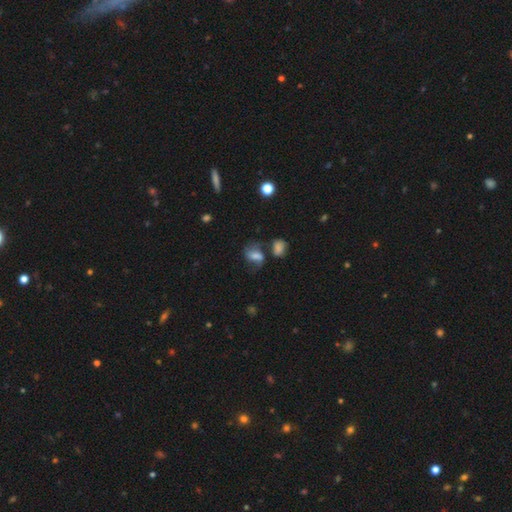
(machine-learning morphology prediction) Smooth or featured?
  - smooth: 43% *
  - featured or disk: 42%
  - star or artifact: 14%
Merging?
  - none: 42% *
  - merger: 23%
  - minor disturbance: 19%
  - major disturbance: 15%